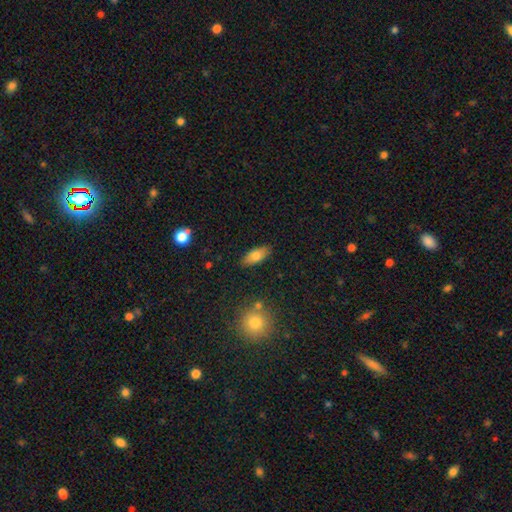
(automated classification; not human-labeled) This is likely a smooth galaxy (75%). How rounded: clearly in between (82%). Merging: clearly none (86%).